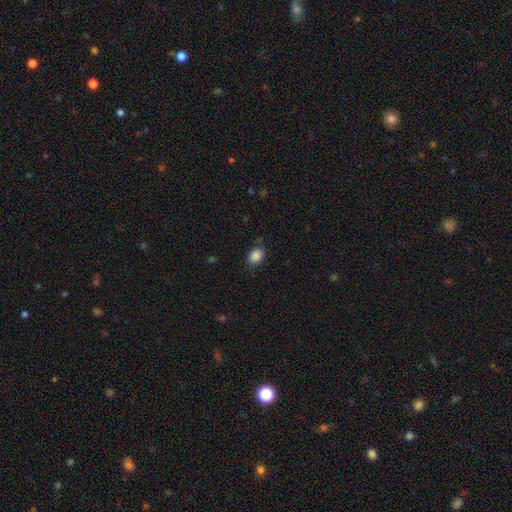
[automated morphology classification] smooth-or-featured: smooth: 87% | star or artifact: 9% | featured or disk: 4%
  how-rounded: in between: 62% | round: 37% | cigar-shaped: 1%
  merging: none: 79% | minor disturbance: 16% | major disturbance: 4% | merger: 2%